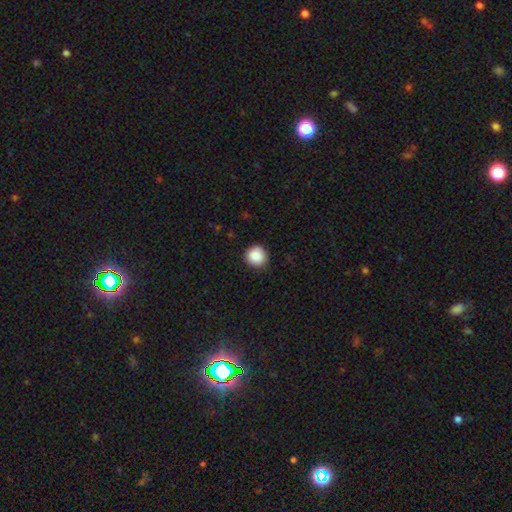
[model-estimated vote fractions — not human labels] smooth-or-featured: smooth: 88% | star or artifact: 9% | featured or disk: 3%
  how-rounded: round: 91% | in between: 8% | cigar-shaped: 1%
  merging: none: 88% | minor disturbance: 9% | major disturbance: 2% | merger: 1%